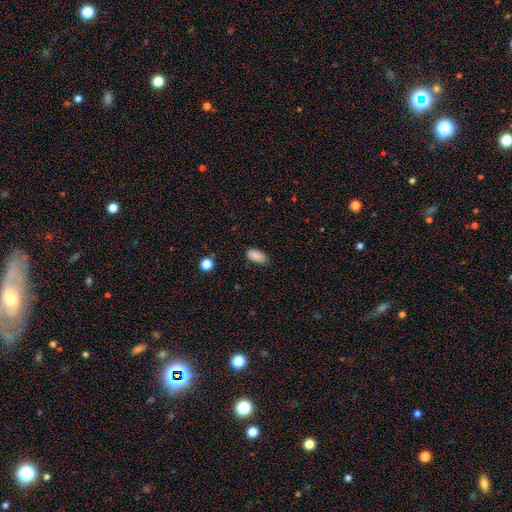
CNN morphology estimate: smooth_or_featured: smooth (p=0.88) [alt: star or artifact p=0.09]
how_rounded: in between (p=0.91) [alt: cigar-shaped p=0.06]
merging: none (p=0.76) [alt: minor disturbance p=0.20]